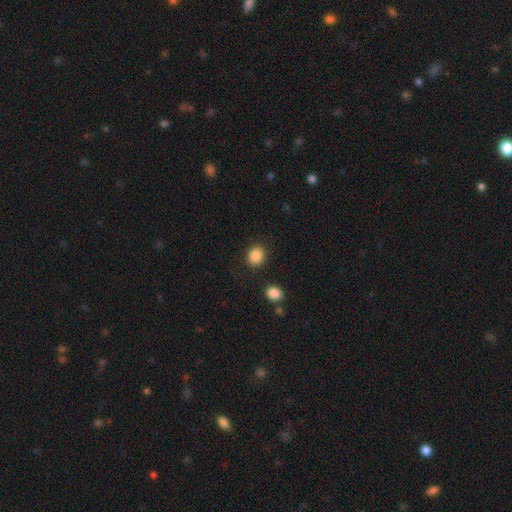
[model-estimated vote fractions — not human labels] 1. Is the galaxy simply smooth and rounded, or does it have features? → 88% smooth, 9% star or artifact, 3% featured or disk.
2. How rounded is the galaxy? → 76% round, 23% in between, 1% cigar-shaped.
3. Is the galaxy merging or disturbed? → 88% none, 7% minor disturbance, 3% major disturbance, 2% merger.